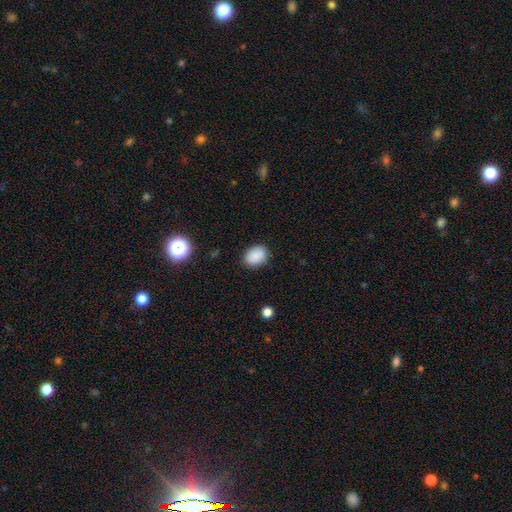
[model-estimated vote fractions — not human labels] Overall: smooth (88%). How rounded: in between (67%; round 32%). Merging: none (86%).